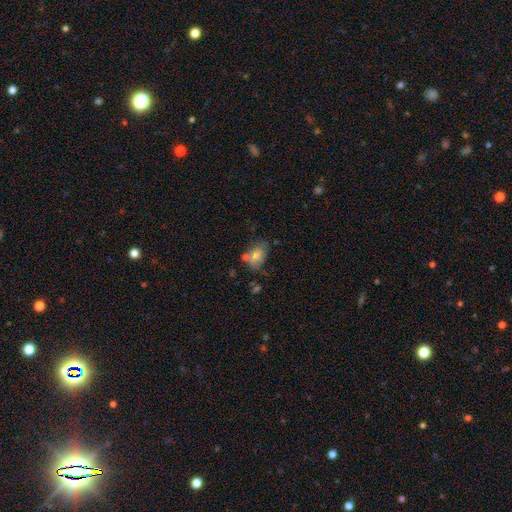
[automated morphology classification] This is likely a smooth galaxy (70%). How rounded: clearly in between (82%). Merging: marginally none (45%).